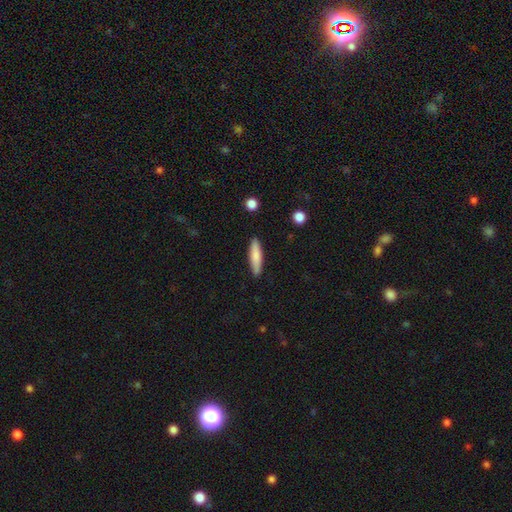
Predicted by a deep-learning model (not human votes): Morphology: type=smooth (78%); roundness=cigar-shaped (77%); merging=none (88%).